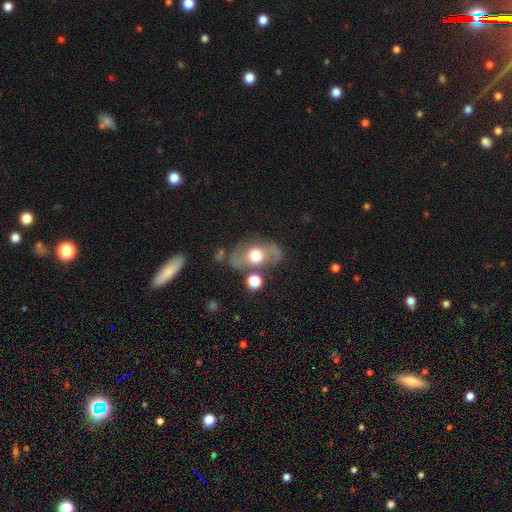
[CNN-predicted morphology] Smooth or featured?
  - featured or disk: 53% *
  - smooth: 38%
  - star or artifact: 9%
Edge-on disk?
  - no: 87% *
  - yes: 13%
Merging?
  - none: 62% *
  - minor disturbance: 19%
  - major disturbance: 11%
  - merger: 9%